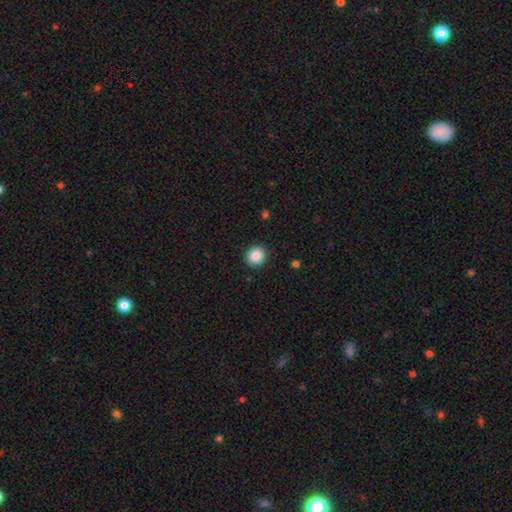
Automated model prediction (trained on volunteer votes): A smooth galaxy with no disk features (87%) that is round (85%).

Vote fractions:
- Smooth or featured? smooth: 87% / star or artifact: 9% / featured or disk: 4%
- How rounded? round: 85% / in between: 14% / cigar-shaped: 1%
- Merging? none: 91% / minor disturbance: 6% / major disturbance: 2% / merger: 1%